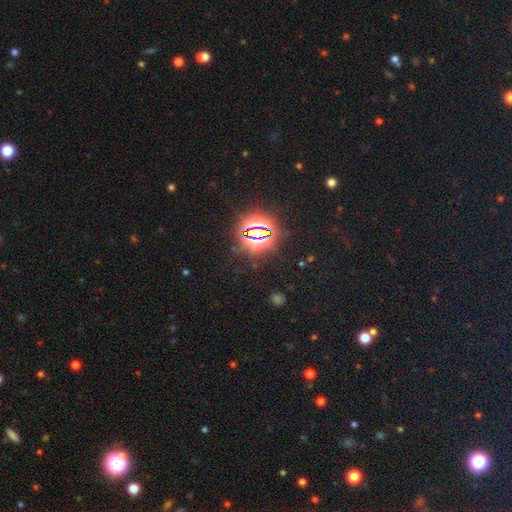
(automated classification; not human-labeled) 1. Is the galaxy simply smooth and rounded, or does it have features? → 83% star or artifact, 10% smooth, 7% featured or disk.